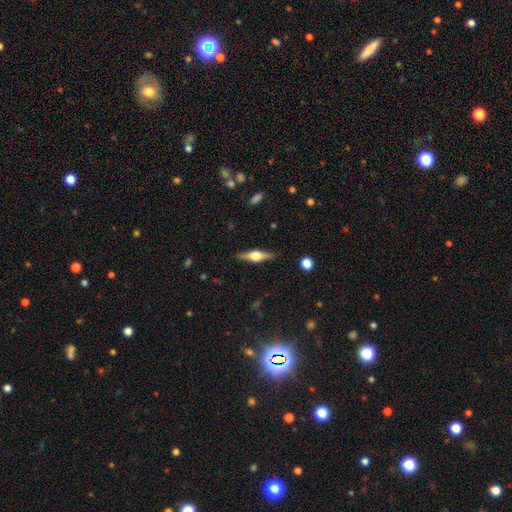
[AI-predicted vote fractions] This appears to be a featured or disk galaxy (70%) viewed edge-on (97%) with a rounded central bulge (92%). Merging: none (89%).